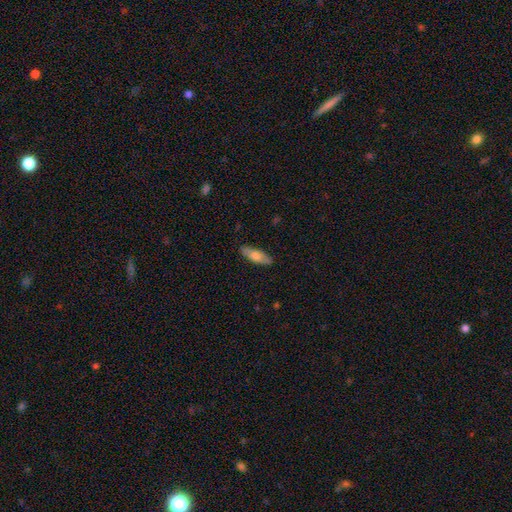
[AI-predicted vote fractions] smooth 65%, featured or disk 29%, star or artifact 6%. Down the decision tree: how rounded — in between (58%); merging — none (87%).